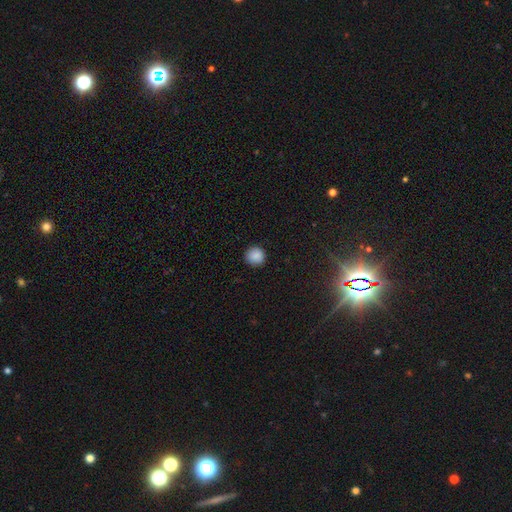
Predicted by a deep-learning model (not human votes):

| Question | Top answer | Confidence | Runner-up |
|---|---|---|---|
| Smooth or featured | smooth | 88% | star or artifact (9%) |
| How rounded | round | 94% | in between (5%) |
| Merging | none | 90% | minor disturbance (7%) |